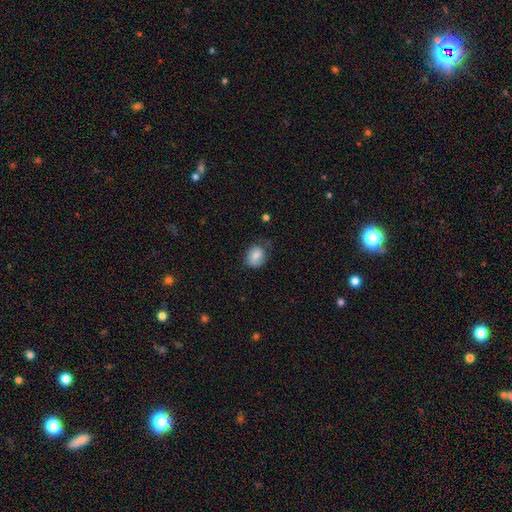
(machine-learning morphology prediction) Q: Smooth or featured?
A: smooth (76%); runner-up: featured or disk (16%)
Q: How rounded?
A: round (52%); runner-up: in between (47%)
Q: Merging?
A: none (63%); runner-up: minor disturbance (27%)